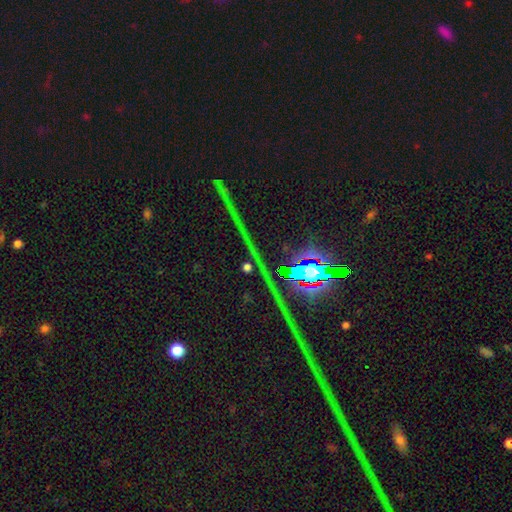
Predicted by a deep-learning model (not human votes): A star or artifact, not a galaxy (81%).